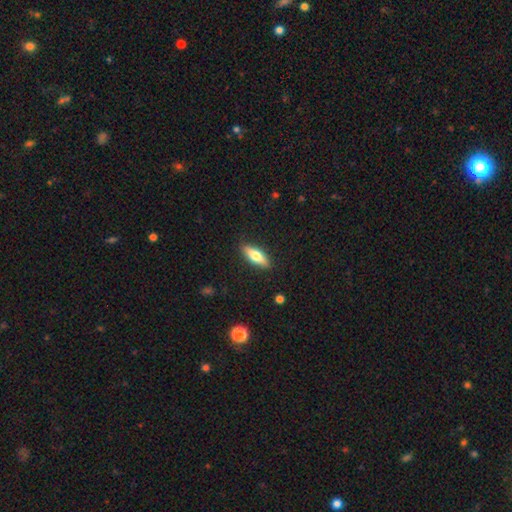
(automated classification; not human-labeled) Smooth or featured? Predicted: smooth (p=0.63). How rounded? Predicted: in between (p=0.56). Merging? Predicted: none (p=0.89).